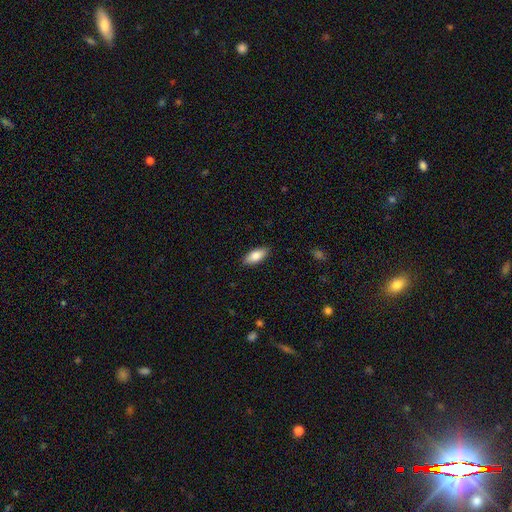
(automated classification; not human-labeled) Q: Smooth or featured?
A: smooth (83%); runner-up: featured or disk (11%)
Q: How rounded?
A: in between (83%); runner-up: cigar-shaped (15%)
Q: Merging?
A: none (88%); runner-up: minor disturbance (9%)